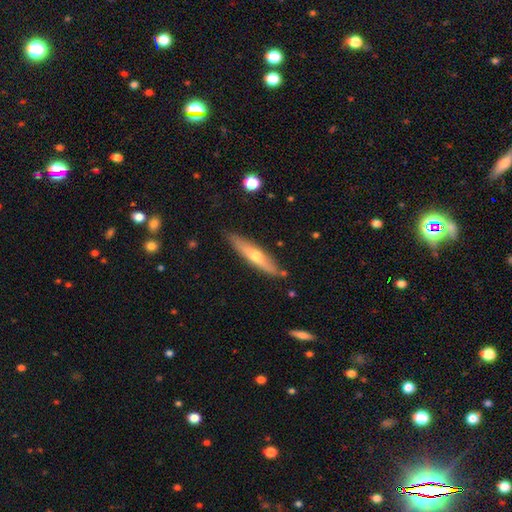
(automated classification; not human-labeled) The model was most divided on "smooth or featured": featured or disk: 48%, smooth: 47%, star or artifact: 6%. More confident: merging — none (83%).